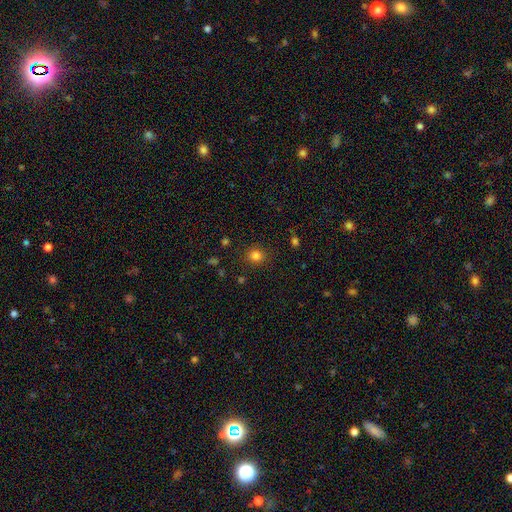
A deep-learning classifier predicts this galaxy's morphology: This appears to be a smooth galaxy with no disk features (82%) that is round (86%). Merging: none (88%).